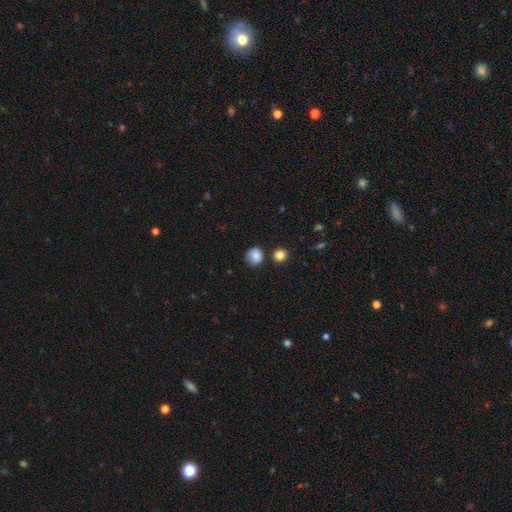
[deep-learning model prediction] A smooth galaxy with no disk features (86%) that is round (83%).

Vote fractions:
- Smooth or featured? smooth: 86% / star or artifact: 10% / featured or disk: 5%
- How rounded? round: 83% / in between: 16% / cigar-shaped: 1%
- Merging? none: 75% / minor disturbance: 15% / merger: 5% / major disturbance: 4%